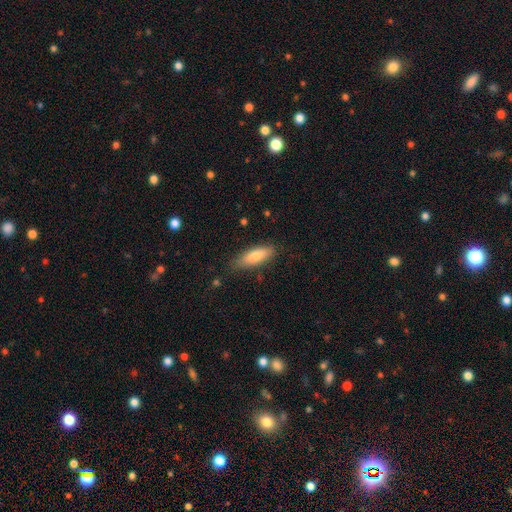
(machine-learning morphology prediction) Smooth or featured? smooth (76%)
How rounded? in between (57%)
Merging? none (80%)